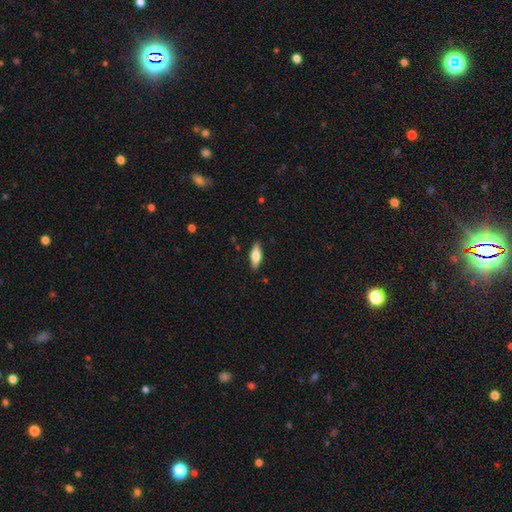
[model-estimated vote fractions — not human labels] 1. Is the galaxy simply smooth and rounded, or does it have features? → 61% smooth, 33% featured or disk, 6% star or artifact.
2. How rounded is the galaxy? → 62% in between, 36% cigar-shaped, 3% round.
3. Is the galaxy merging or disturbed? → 88% none, 9% minor disturbance, 2% major disturbance, 1% merger.